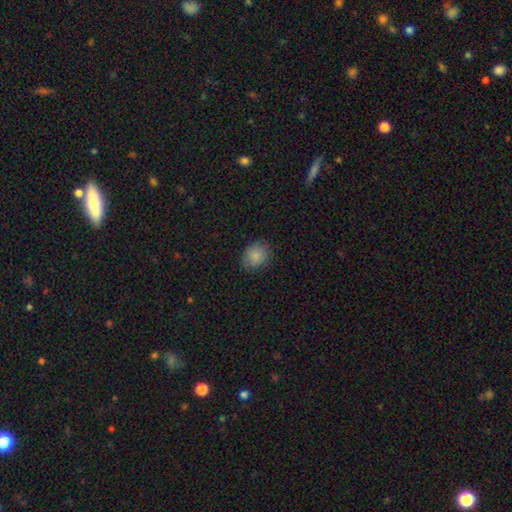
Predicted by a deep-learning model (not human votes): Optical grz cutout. It shows a smooth galaxy with no disk features (86%) that is round (57%). Merging: none (82%).